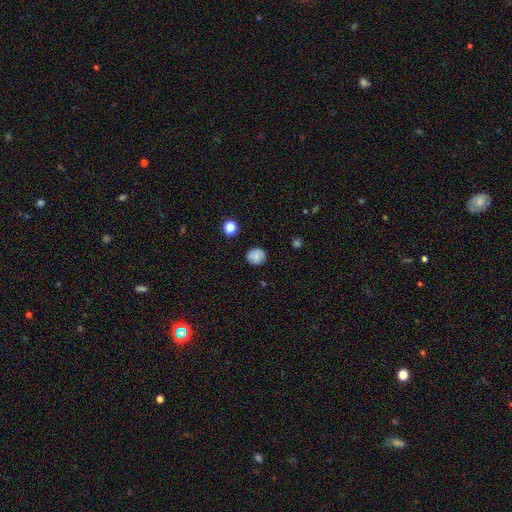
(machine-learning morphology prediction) A smooth galaxy with no disk features (77%) that is round (82%).

Vote fractions:
- Smooth or featured? smooth: 77% / featured or disk: 13% / star or artifact: 10%
- How rounded? round: 82% / in between: 17% / cigar-shaped: 1%
- Merging? none: 80% / minor disturbance: 15% / major disturbance: 3% / merger: 2%